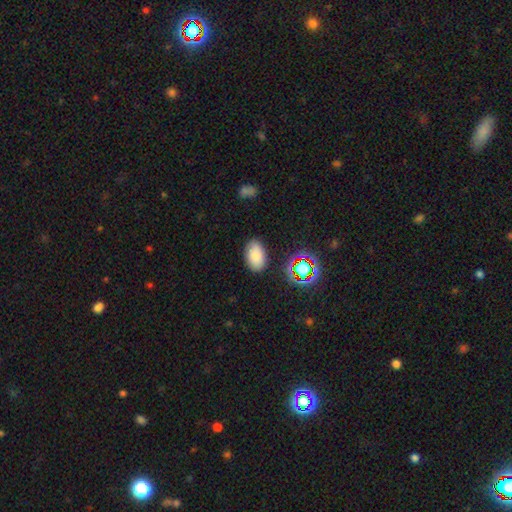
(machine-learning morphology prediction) smooth_or_featured: smooth (p=0.79) [alt: star or artifact p=0.12]
how_rounded: in between (p=0.91) [alt: round p=0.08]
merging: none (p=0.82) [alt: minor disturbance p=0.12]